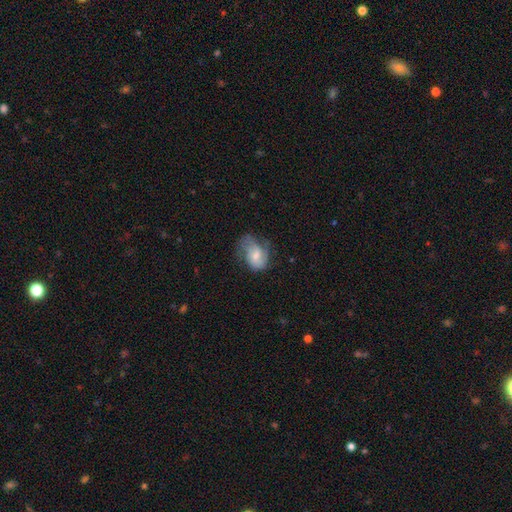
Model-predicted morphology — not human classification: Smooth or featured? featured or disk (48%)
Merging? none (40%)